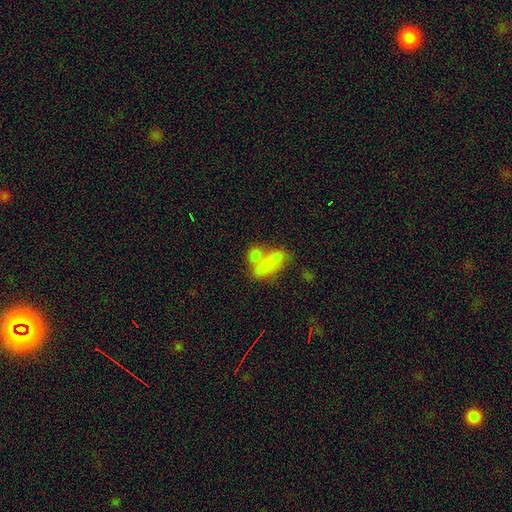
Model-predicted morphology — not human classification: smooth 77%, featured or disk 13%, star or artifact 10%. Down the decision tree: how rounded — in between (67%); merging — merger (46%).